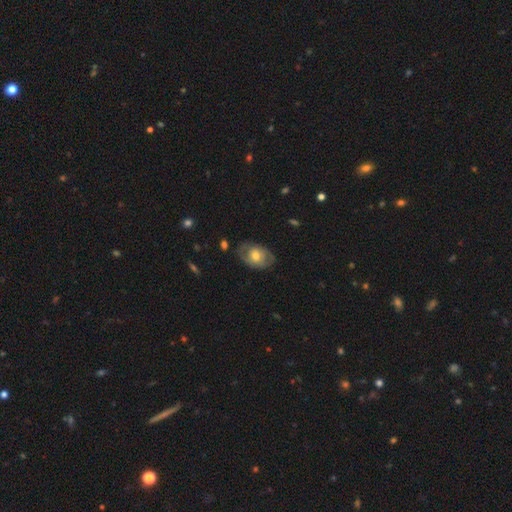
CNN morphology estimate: The model was most divided on "smooth or featured": smooth: 50%, featured or disk: 43%, star or artifact: 7%. More confident: merging — none (71%).